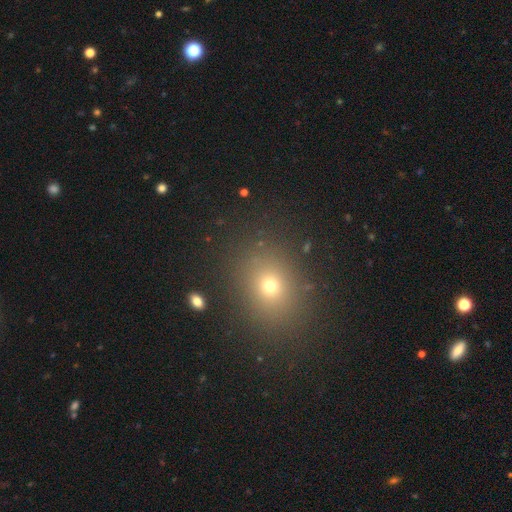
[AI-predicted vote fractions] A smooth galaxy with no disk features (64%) that is round (55%).

Vote fractions:
- Smooth or featured? smooth: 64% / star or artifact: 27% / featured or disk: 9%
- How rounded? round: 55% / in between: 43% / cigar-shaped: 1%
- Merging? none: 89% / minor disturbance: 7% / major disturbance: 3% / merger: 2%